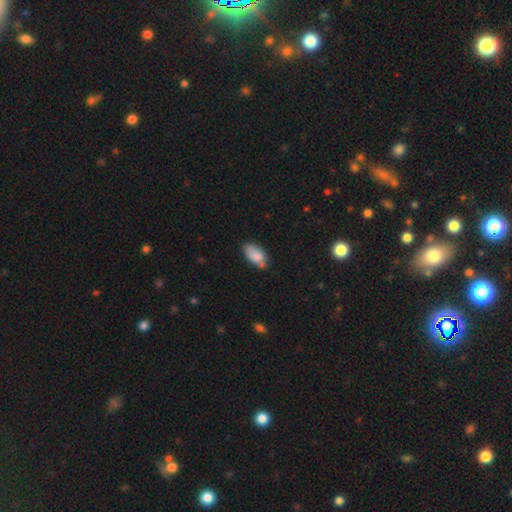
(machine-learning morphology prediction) This appears to be a smooth galaxy with no disk features (82%) that is in between round and cigar-shaped (93%). Merging: none (58%).